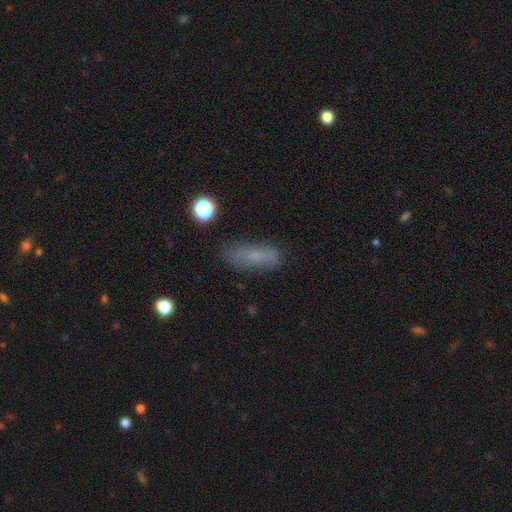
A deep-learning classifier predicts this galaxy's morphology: Smooth or featured?
  - smooth: 69% *
  - featured or disk: 18%
  - star or artifact: 13%
How rounded?
  - in between: 58% *
  - cigar-shaped: 38%
  - round: 4%
Merging?
  - none: 74% *
  - minor disturbance: 17%
  - major disturbance: 5%
  - merger: 3%